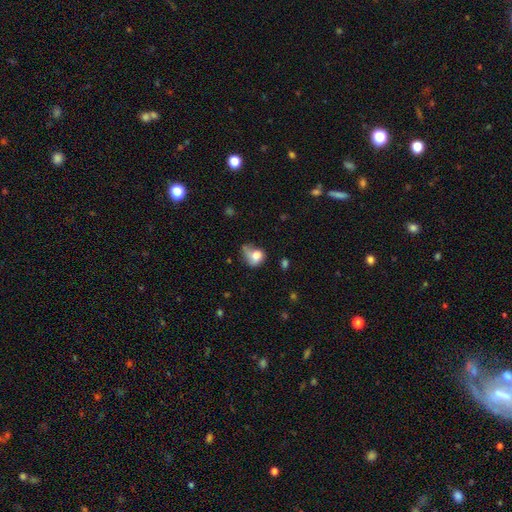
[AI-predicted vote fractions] Smooth or featured?
  - smooth: 72% *
  - featured or disk: 18%
  - star or artifact: 10%
How rounded?
  - in between: 50% *
  - round: 49%
  - cigar-shaped: 1%
Merging?
  - minor disturbance: 32% *
  - none: 29%
  - major disturbance: 27%
  - merger: 13%